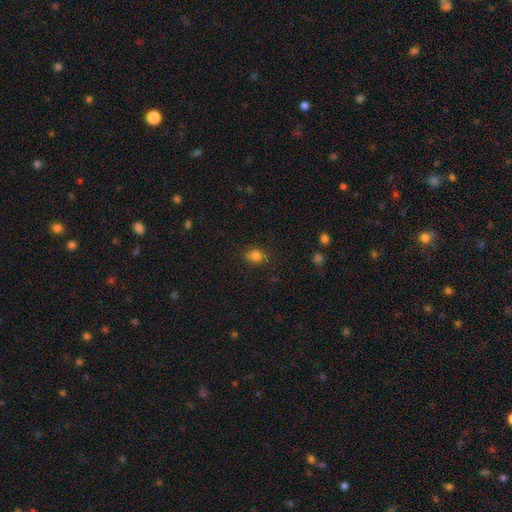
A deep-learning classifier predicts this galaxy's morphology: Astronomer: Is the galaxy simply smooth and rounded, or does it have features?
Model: smooth — 80%.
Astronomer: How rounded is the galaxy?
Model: round — 65%.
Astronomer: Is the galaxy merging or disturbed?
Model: none — 74%.